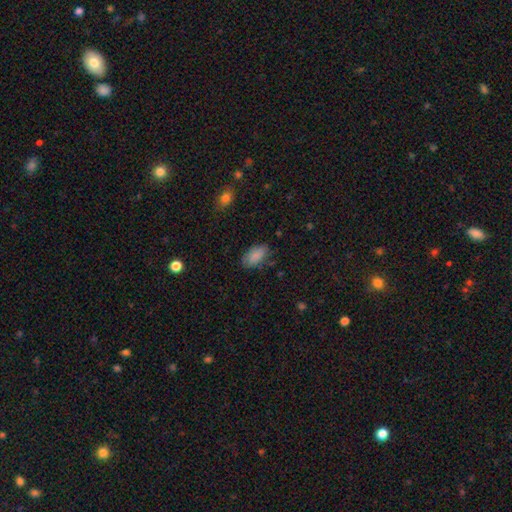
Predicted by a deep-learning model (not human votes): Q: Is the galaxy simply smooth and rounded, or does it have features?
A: smooth — 87%.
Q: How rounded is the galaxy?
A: in between — 93%.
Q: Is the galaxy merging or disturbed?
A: none — 76%.